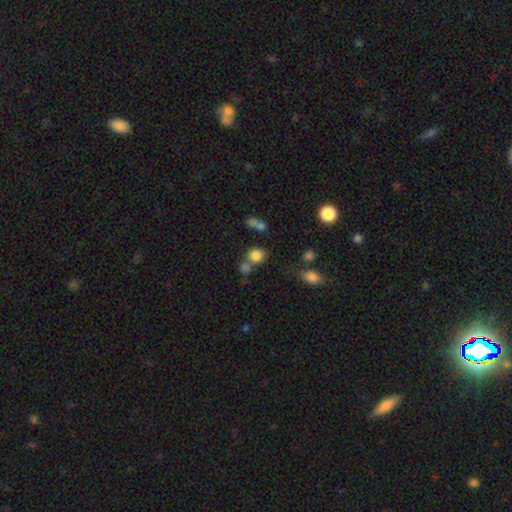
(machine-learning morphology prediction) Smooth or featured? smooth (80%)
How rounded? round (80%)
Merging? none (55%)